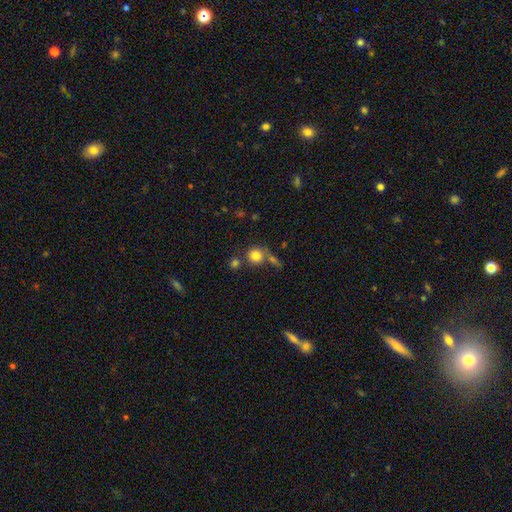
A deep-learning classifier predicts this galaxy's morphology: Smooth or featured?
  - smooth: 80% *
  - star or artifact: 11%
  - featured or disk: 9%
How rounded?
  - round: 89% *
  - in between: 10%
  - cigar-shaped: 1%
Merging?
  - none: 60% *
  - merger: 23%
  - minor disturbance: 12%
  - major disturbance: 6%